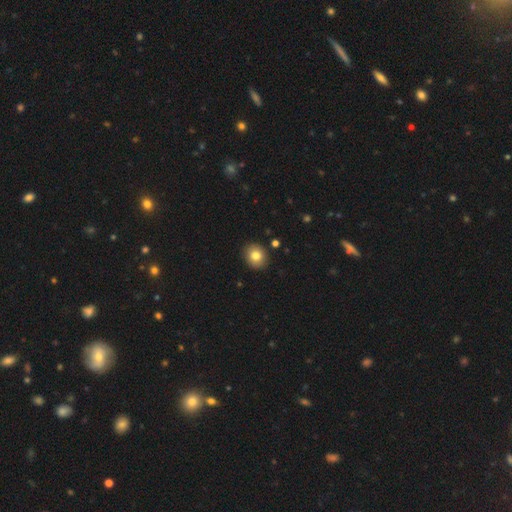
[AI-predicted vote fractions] smooth_or_featured: smooth (p=0.81) [alt: star or artifact p=0.10]
how_rounded: round (p=0.72) [alt: in between p=0.28]
merging: none (p=0.90) [alt: minor disturbance p=0.06]